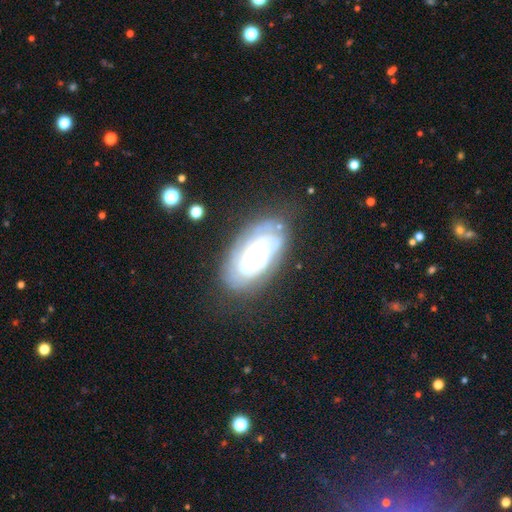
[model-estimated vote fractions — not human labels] A featured or disk galaxy (77%) with no bar (77%), tight (74%) spiral arms (87%) and a moderate central bulge (53%).

Vote fractions:
- Smooth or featured? featured or disk: 77% / smooth: 16% / star or artifact: 7%
- Edge-on disk? no: 94% / yes: 6%
- Bar? no: 77% / weak: 18% / strong: 6%
- Spiral arms? yes: 87% / no: 13%
- Spiral winding? tight: 74% / medium: 21% / loose: 6%
- Spiral arm count? can't tell: 49% / 2: 19% / 3: 14% / 4: 8% / more than 4: 5% / 1: 5%
- Bulge size? moderate: 53% / large: 22% / small: 20% / dominant: 3% / none: 2%
- Merging? none: 69% / minor disturbance: 20% / major disturbance: 9% / merger: 3%